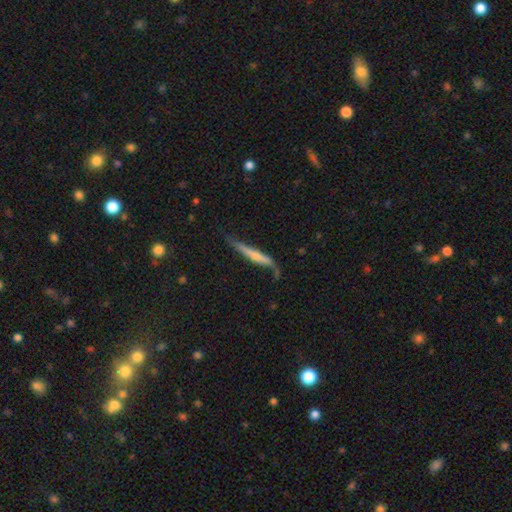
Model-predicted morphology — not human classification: The model was most divided on "smooth or featured": featured or disk: 55%, smooth: 39%, star or artifact: 6%. Remaining: edge-on disk — yes (80%); merging — none (48%).